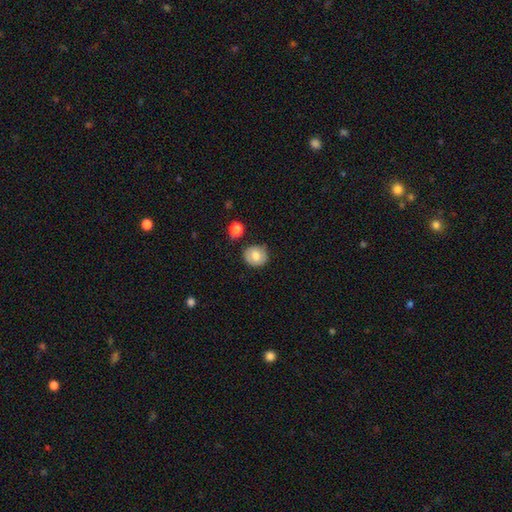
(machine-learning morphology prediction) The model was most divided on "smooth or featured": smooth: 71%, featured or disk: 20%, star or artifact: 9%. More confident: merging — none (77%); how rounded — round (76%).